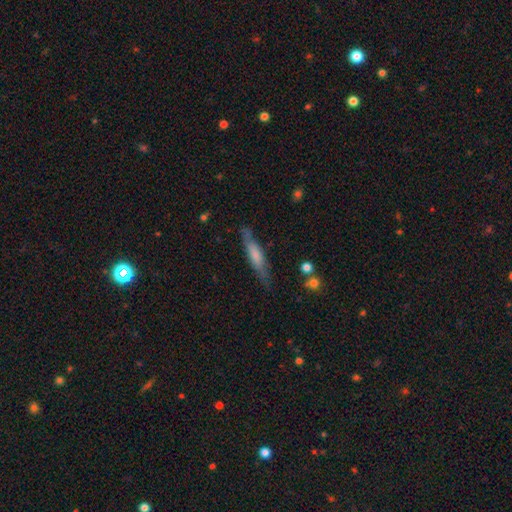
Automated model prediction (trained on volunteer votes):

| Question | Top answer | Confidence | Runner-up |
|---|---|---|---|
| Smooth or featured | smooth | 54% | featured or disk (40%) |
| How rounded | cigar-shaped | 86% | in between (13%) |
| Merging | none | 77% | minor disturbance (17%) |